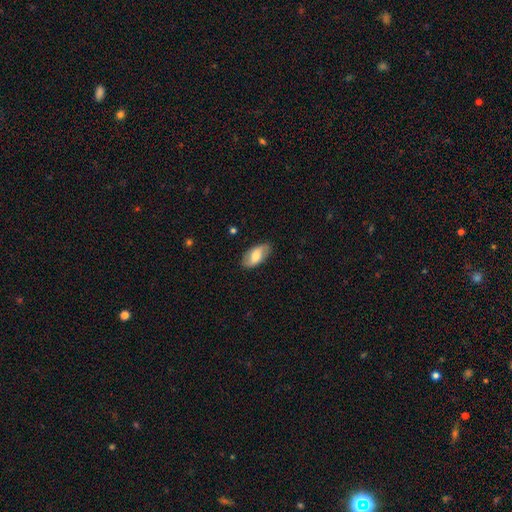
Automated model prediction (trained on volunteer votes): This is possibly a smooth galaxy (58%). How rounded: clearly in between (92%). Merging: clearly none (84%).